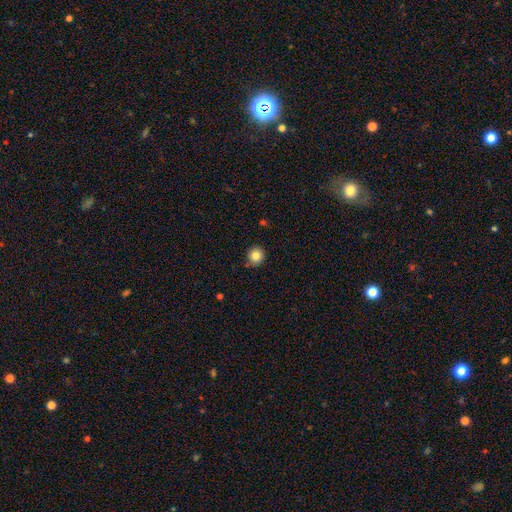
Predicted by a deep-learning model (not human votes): Smooth or featured: smooth — 83% (star or artifact — 11%)
How rounded: round — 92% (in between — 7%)
Merging: none — 86% (minor disturbance — 10%)